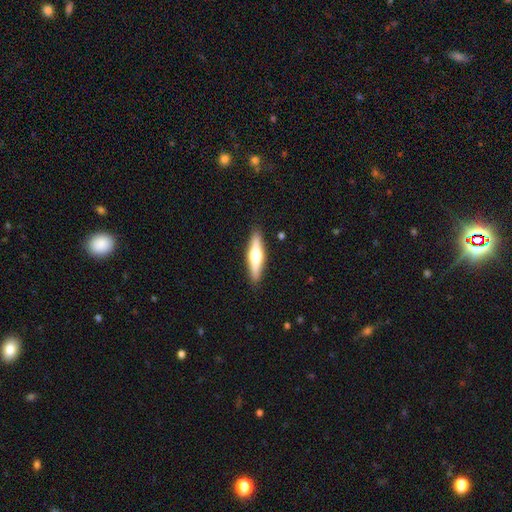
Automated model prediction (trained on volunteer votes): This is possibly a featured or disk galaxy (52%). It is clearly viewed edge-on (93%). Merging: clearly none (89%).